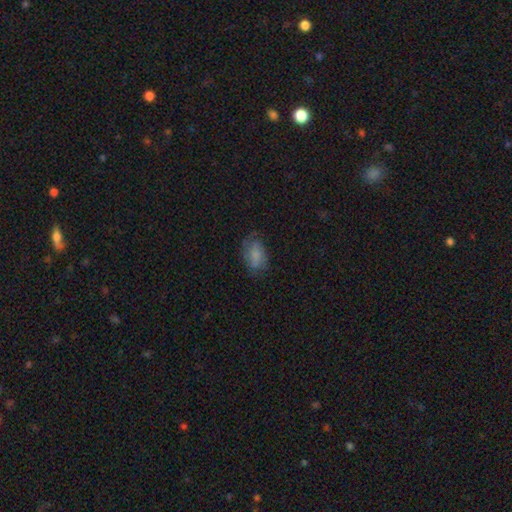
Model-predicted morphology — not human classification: The model was most divided on "merging": none: 64%, minor disturbance: 25%, major disturbance: 9%, merger: 2%. More confident: how rounded — in between (87%); smooth or featured — smooth (70%).